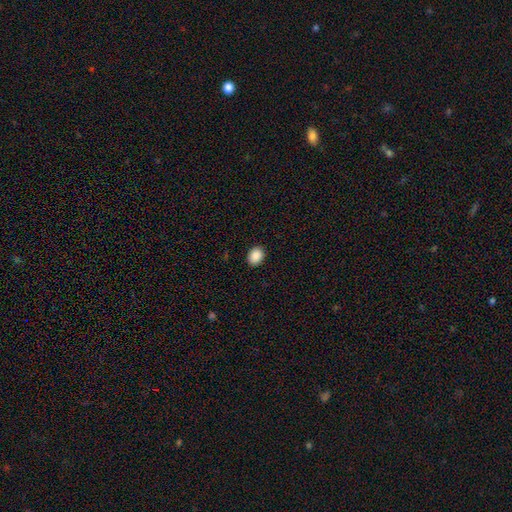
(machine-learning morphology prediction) smooth_or_featured: smooth (p=0.89) [alt: star or artifact p=0.08]
how_rounded: in between (p=0.58) [alt: round p=0.41]
merging: none (p=0.91) [alt: minor disturbance p=0.06]